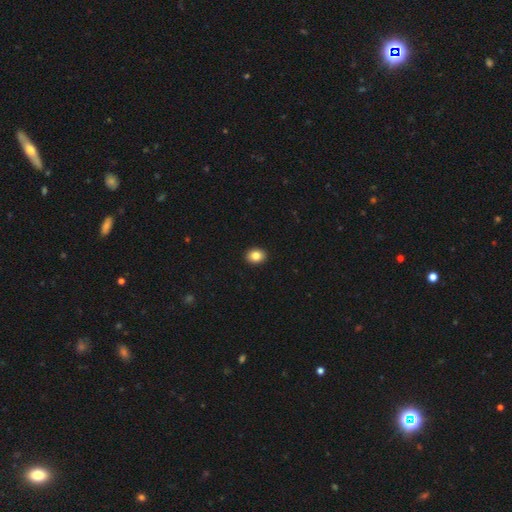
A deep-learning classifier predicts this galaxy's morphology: Smooth or featured? Predicted: smooth (p=0.85). How rounded? Predicted: in between (p=0.57). Merging? Predicted: none (p=0.92).